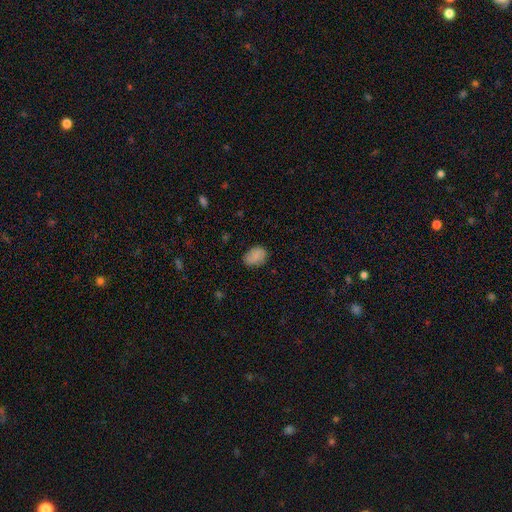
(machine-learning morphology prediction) The model was most divided on "merging": none: 77%, minor disturbance: 18%, major disturbance: 4%, merger: 1%. More confident: smooth or featured — smooth (83%); how rounded — in between (79%).